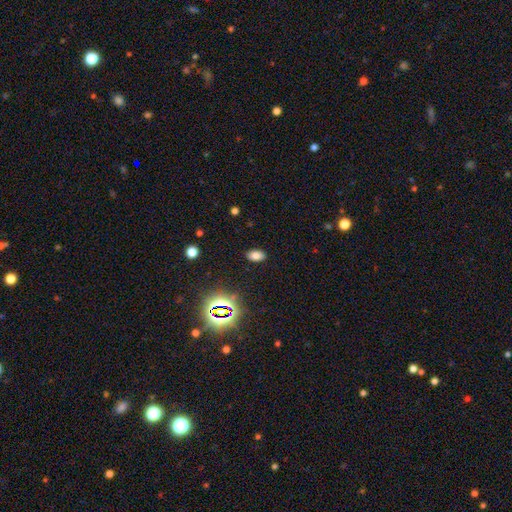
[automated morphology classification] A smooth galaxy with no disk features (71%) that is in between round and cigar-shaped (89%). Merging: none (88%).